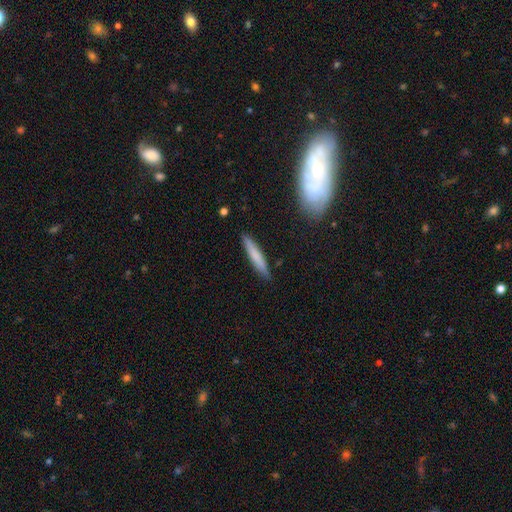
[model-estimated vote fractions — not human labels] smooth 69%, featured or disk 25%, star or artifact 6%. Down the decision tree: how rounded — cigar-shaped (92%); merging — none (88%).